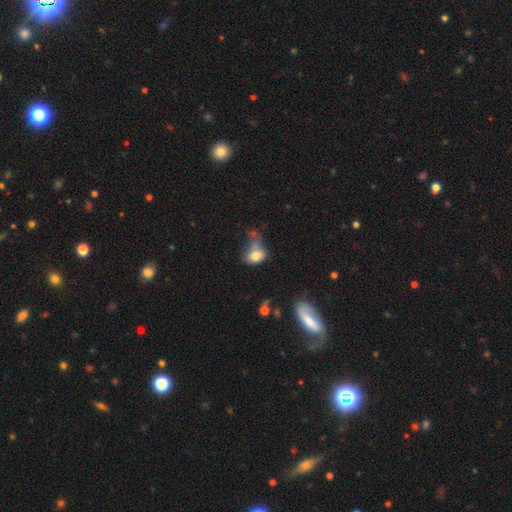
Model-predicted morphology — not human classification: This is likely a smooth galaxy (74%). How rounded: likely in between (67%). Merging: marginally major disturbance (28%).